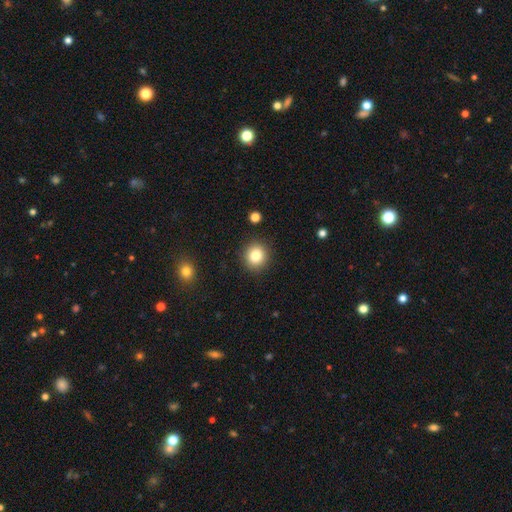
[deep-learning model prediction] Morphology: type=smooth (82%); roundness=round (89%); merging=none (90%).